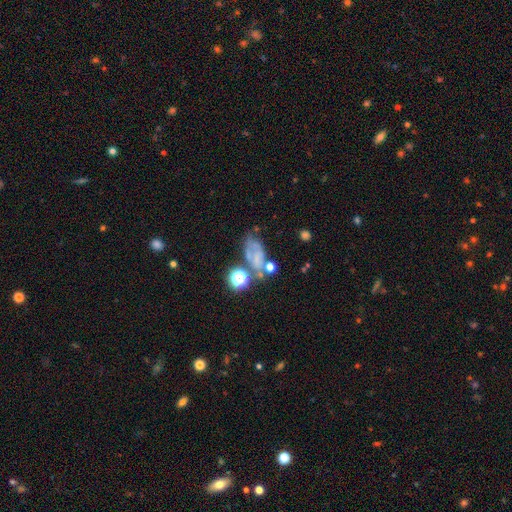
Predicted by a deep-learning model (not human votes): Smooth or featured? Predicted: smooth (p=0.38, tied with featured or disk). Merging? Predicted: none (p=0.38).